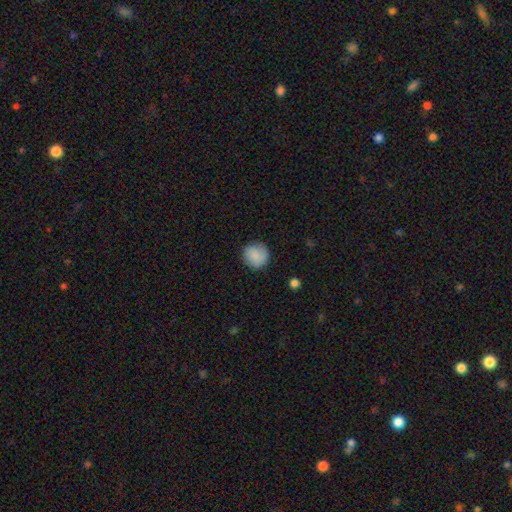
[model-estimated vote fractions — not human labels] The model was most divided on "smooth or featured": smooth: 82%, featured or disk: 10%, star or artifact: 7%. More confident: how rounded — round (92%); merging — none (84%).